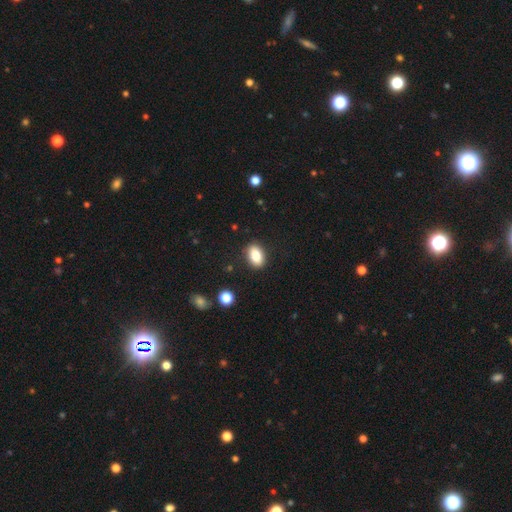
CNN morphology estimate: smooth_or_featured: smooth (p=0.83) [alt: featured or disk p=0.09]
how_rounded: in between (p=0.87) [alt: round p=0.11]
merging: none (p=0.88) [alt: minor disturbance p=0.09]